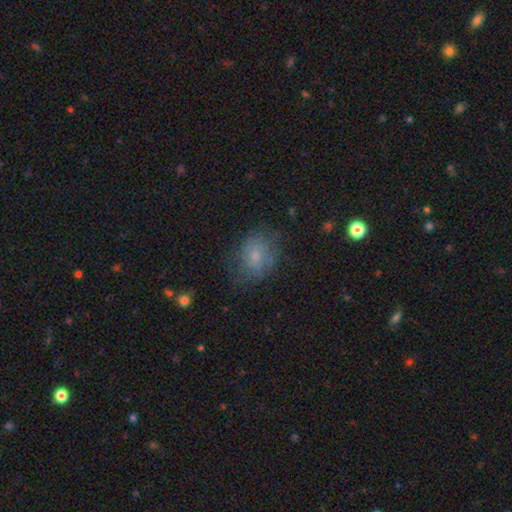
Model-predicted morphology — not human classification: This appears to be a smooth galaxy with no disk features (61%) that is in between round and cigar-shaped (60%). Merging: none (61%).